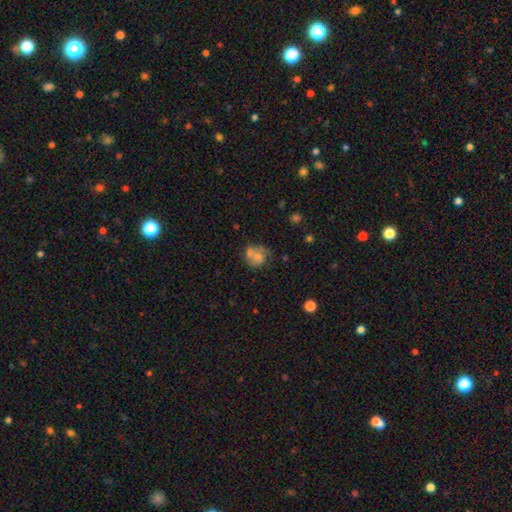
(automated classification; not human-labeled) smooth-or-featured: smooth: 49% | featured or disk: 42% | star or artifact: 9%
  merging: none: 39% | merger: 32% | minor disturbance: 18% | major disturbance: 11%